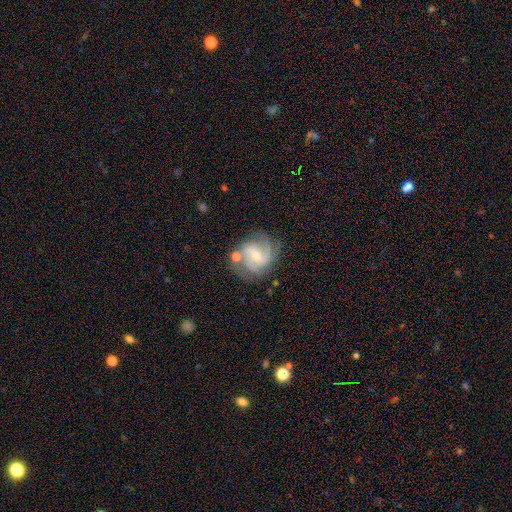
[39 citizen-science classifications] smooth_or_featured: featured or disk (p=0.77) [alt: smooth p=0.18]
disk_edge_on: no (p=1.00)
bar: no (p=0.40) [alt: weak p=0.33]
has_spiral_arms: yes (p=0.83) [alt: no p=0.17]
spiral_winding: medium (p=0.44) [alt: tight p=0.28]
spiral_arm_count: 2 (p=0.48) [alt: 3 p=0.20]
bulge_size: small (p=0.50) [alt: moderate p=0.47]
merging: none (p=0.54) [alt: minor disturbance p=0.22]